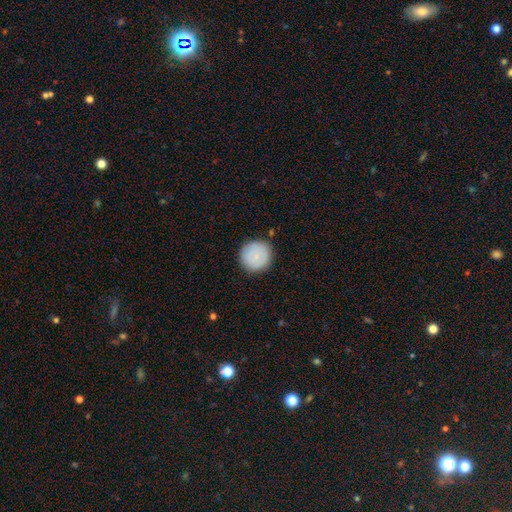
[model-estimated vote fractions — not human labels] Smooth or featured? smooth (84%)
How rounded? round (94%)
Merging? none (86%)